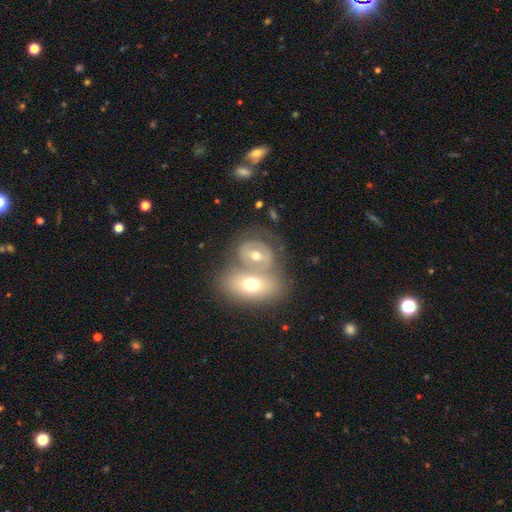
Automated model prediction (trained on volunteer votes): Morphology: type=featured or disk (49%); merging=merger (55%).